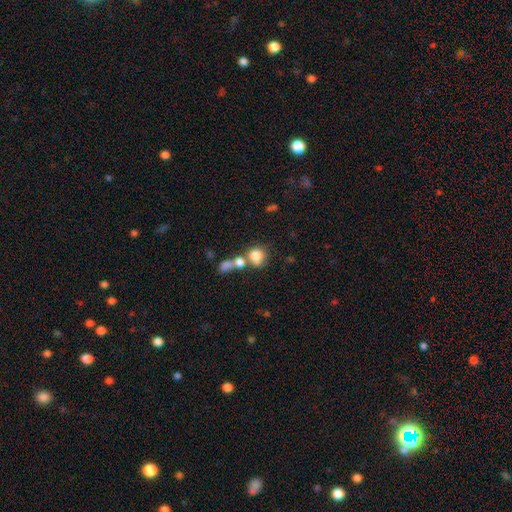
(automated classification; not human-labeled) Morphology: type=smooth (77%); roundness=round (77%); merging=merger (42%).